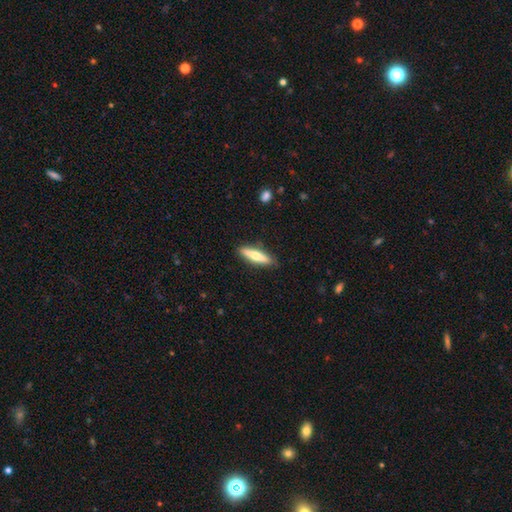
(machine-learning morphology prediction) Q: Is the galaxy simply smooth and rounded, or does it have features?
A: smooth — 54%.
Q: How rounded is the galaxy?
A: cigar-shaped — 76%.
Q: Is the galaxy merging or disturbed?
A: none — 88%.